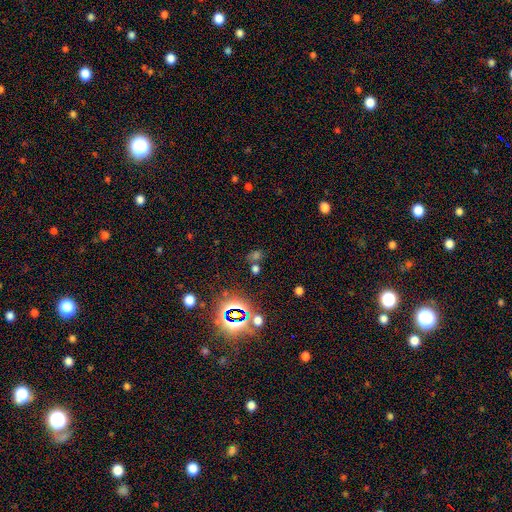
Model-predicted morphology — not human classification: A star or artifact, not a galaxy (60%).